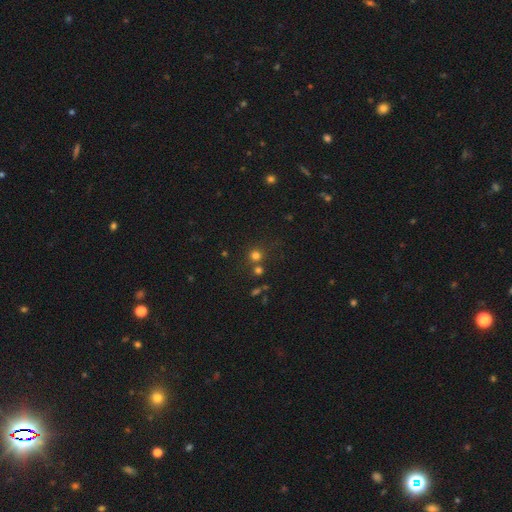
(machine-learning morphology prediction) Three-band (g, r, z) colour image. It shows a smooth galaxy with no disk features (72%) that is round (91%). Merging: none (66%).